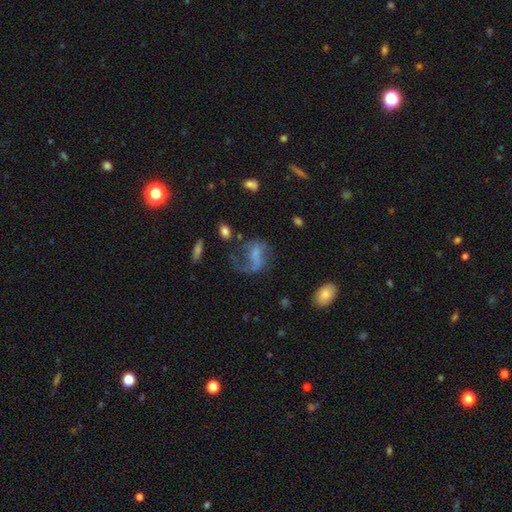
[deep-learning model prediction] smooth-or-featured: featured or disk: 59% | smooth: 28% | star or artifact: 13%
  disk-edge-on: no: 96% | yes: 4%
    bar: no: 45% | weak: 37% | strong: 18%
    has-spiral-arms: yes: 73% | no: 27%
    bulge-size: none: 59% | small: 22% | moderate: 13% | large: 5% | dominant: 2%
  merging: major disturbance: 44% | none: 34% | minor disturbance: 16% | merger: 6%